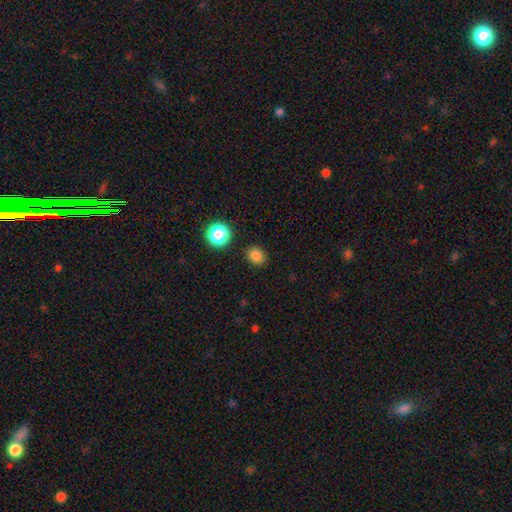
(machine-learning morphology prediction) Smooth or featured? Predicted: smooth (p=0.82). How rounded? Predicted: round (p=0.65). Merging? Predicted: none (p=0.87).